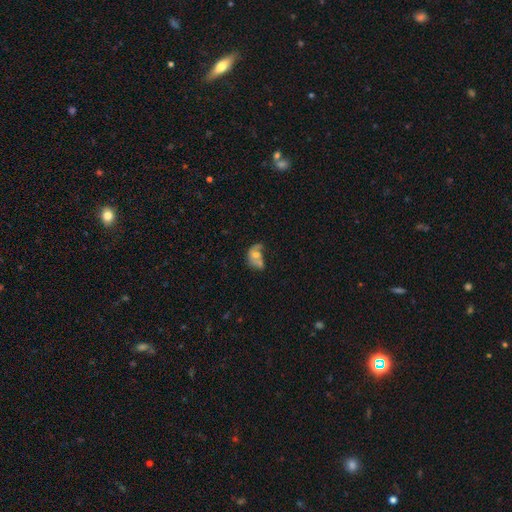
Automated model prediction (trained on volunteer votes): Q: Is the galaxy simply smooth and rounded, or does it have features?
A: smooth — 49%.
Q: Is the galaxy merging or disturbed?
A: merger — 33%.